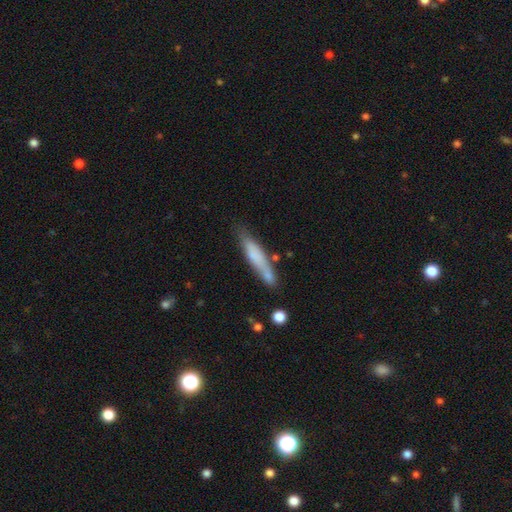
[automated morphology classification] This is likely a smooth galaxy (66%). How rounded: clearly cigar-shaped (87%). Merging: likely none (62%).